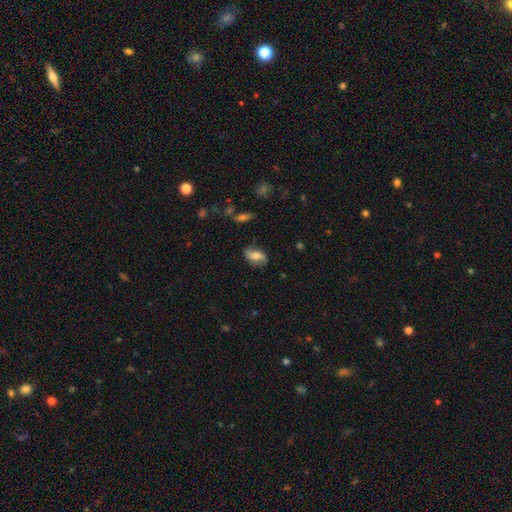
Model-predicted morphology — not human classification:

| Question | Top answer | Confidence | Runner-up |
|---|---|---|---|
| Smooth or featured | smooth | 46% | tied: featured or disk (46%) |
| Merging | none | 77% | minor disturbance (17%) |